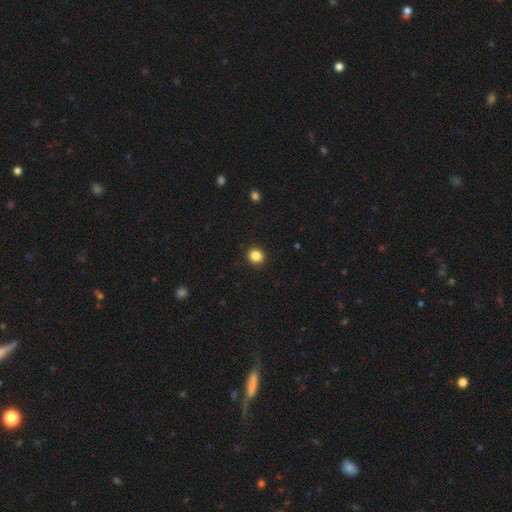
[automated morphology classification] Smooth or featured?
  - smooth: 86% *
  - star or artifact: 11%
  - featured or disk: 4%
How rounded?
  - round: 80% *
  - in between: 19%
  - cigar-shaped: 1%
Merging?
  - none: 92% *
  - minor disturbance: 5%
  - major disturbance: 2%
  - merger: 1%